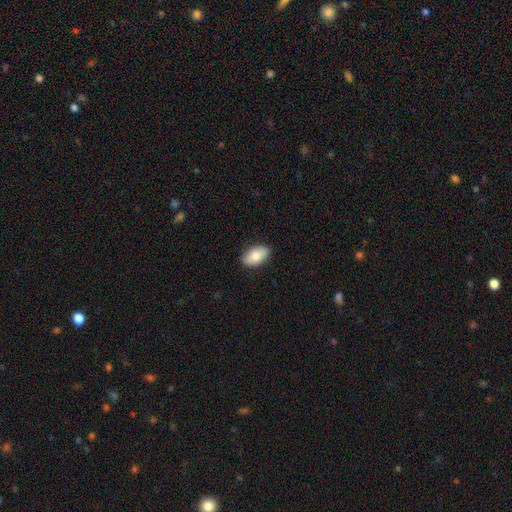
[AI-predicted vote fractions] smooth_or_featured: smooth (p=0.79) [alt: featured or disk p=0.15]
how_rounded: in between (p=0.93) [alt: round p=0.05]
merging: none (p=0.88) [alt: minor disturbance p=0.09]